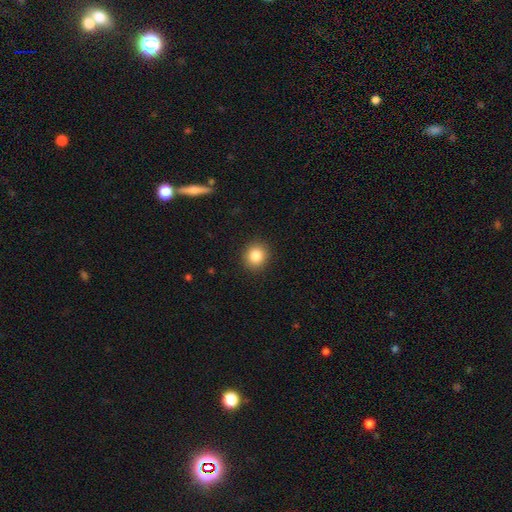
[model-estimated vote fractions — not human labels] Smooth or featured: smooth — 84% (star or artifact — 10%)
How rounded: round — 86% (in between — 13%)
Merging: none — 91% (minor disturbance — 6%)